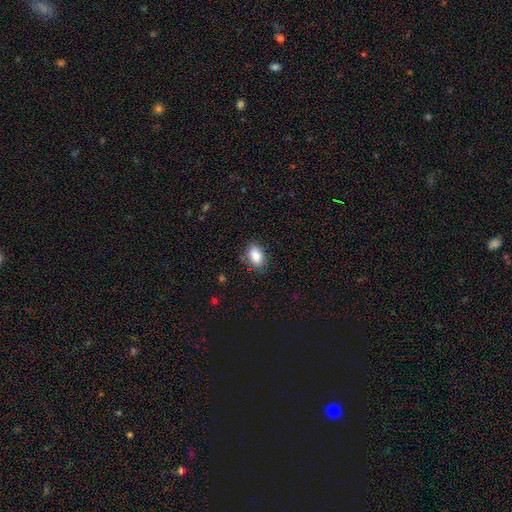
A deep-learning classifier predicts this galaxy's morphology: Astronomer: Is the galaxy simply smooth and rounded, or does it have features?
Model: smooth — 86%.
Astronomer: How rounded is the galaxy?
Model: in between — 88%.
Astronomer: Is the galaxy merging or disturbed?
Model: none — 81%.